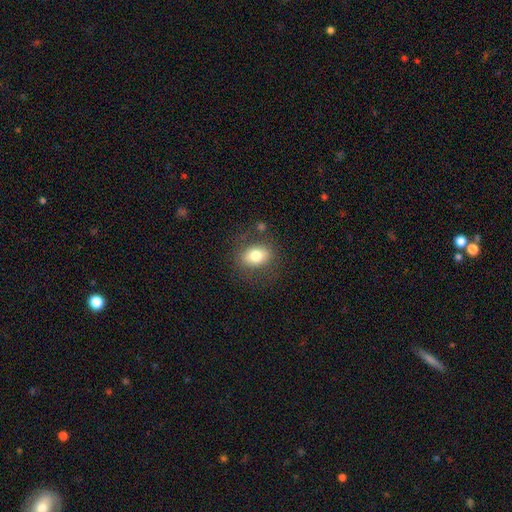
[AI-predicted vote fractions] Morphology: type=smooth (75%); roundness=in between (76%); merging=none (77%).